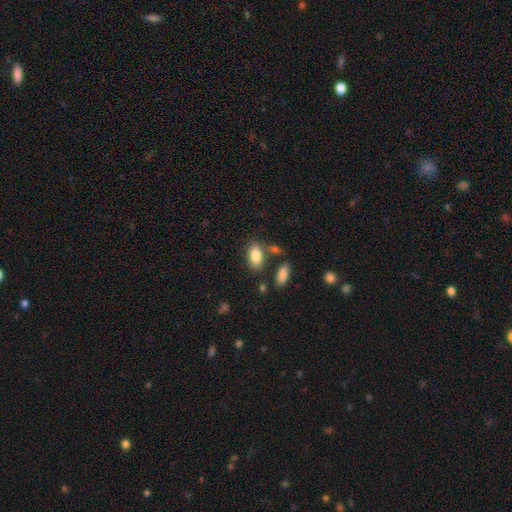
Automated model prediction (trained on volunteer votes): This is clearly a smooth galaxy (85%). How rounded: clearly in between (90%). Merging: likely none (70%).